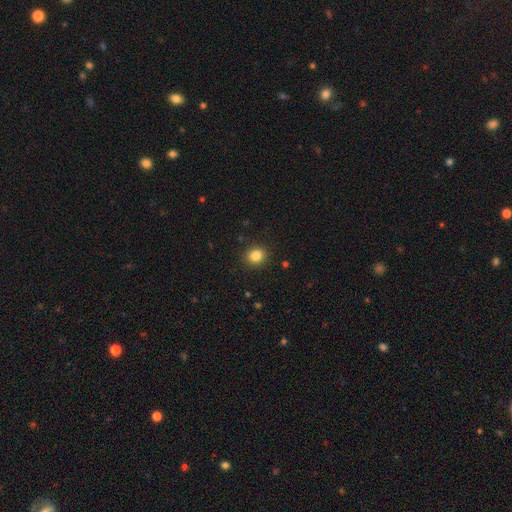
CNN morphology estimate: Q: Smooth or featured?
A: smooth (84%); runner-up: star or artifact (11%)
Q: How rounded?
A: round (74%); runner-up: in between (25%)
Q: Merging?
A: none (90%); runner-up: minor disturbance (7%)